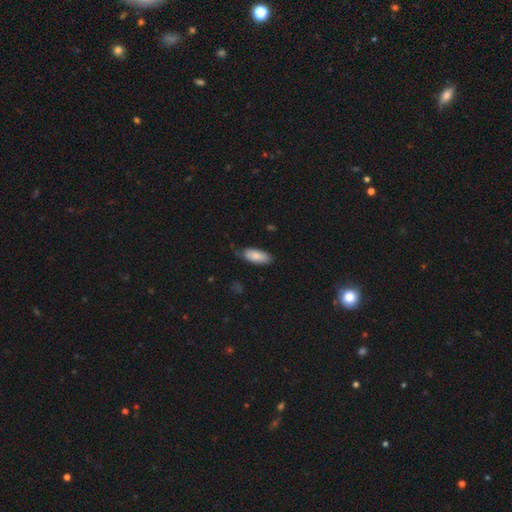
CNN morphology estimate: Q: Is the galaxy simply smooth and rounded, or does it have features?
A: smooth — 85%.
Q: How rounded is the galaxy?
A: in between — 82%.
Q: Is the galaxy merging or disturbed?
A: none — 67%.